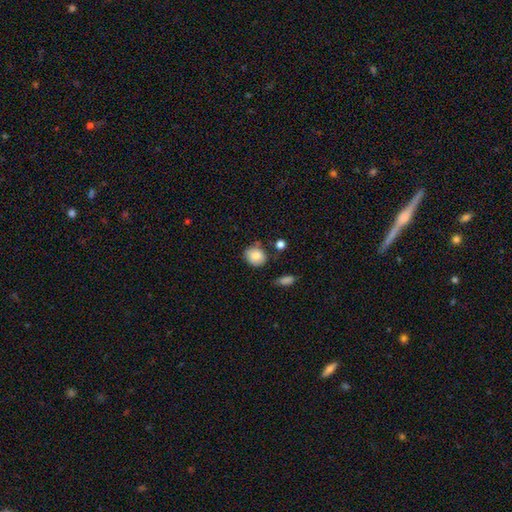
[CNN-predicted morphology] smooth 85%, star or artifact 8%, featured or disk 7%. Down the decision tree: how rounded — round (65%); merging — none (68%).